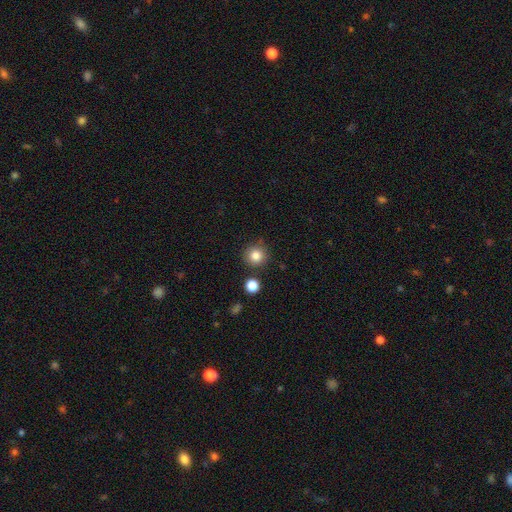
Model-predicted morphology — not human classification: smooth-or-featured: smooth: 83% | star or artifact: 11% | featured or disk: 6%
  how-rounded: round: 94% | in between: 6% | cigar-shaped: 1%
  merging: none: 85% | minor disturbance: 8% | merger: 5% | major disturbance: 2%